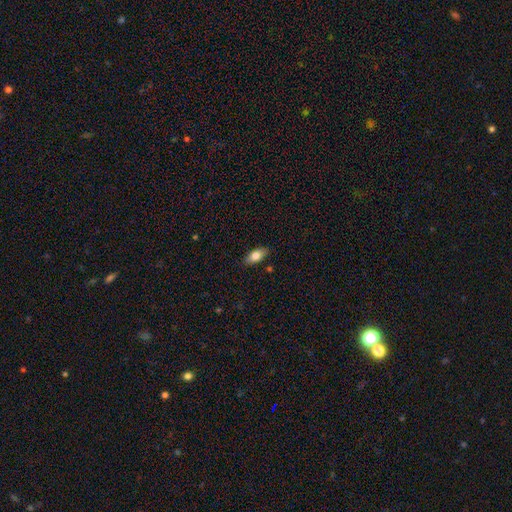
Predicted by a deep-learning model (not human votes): Smooth or featured?
  - smooth: 79% *
  - featured or disk: 14%
  - star or artifact: 7%
How rounded?
  - in between: 87% *
  - cigar-shaped: 9%
  - round: 4%
Merging?
  - none: 86% *
  - minor disturbance: 10%
  - major disturbance: 2%
  - merger: 1%